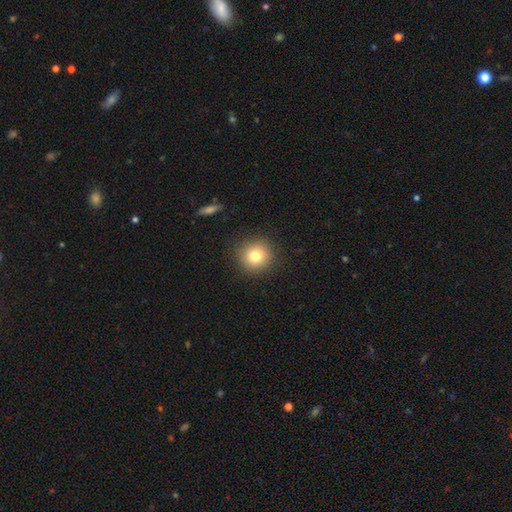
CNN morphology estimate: Overall: smooth (78%). How rounded: round (93%). Merging: none (90%).